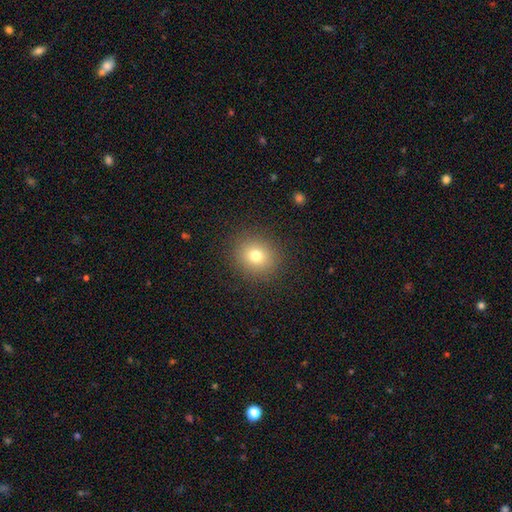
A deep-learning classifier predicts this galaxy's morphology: smooth 75%, star or artifact 14%, featured or disk 10%. Down the decision tree: how rounded — round (83%); merging — none (89%).